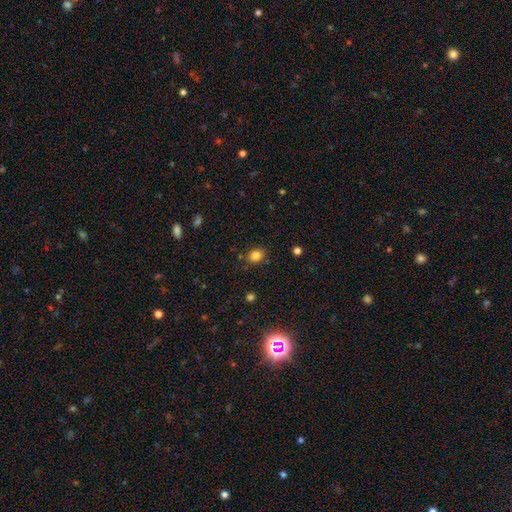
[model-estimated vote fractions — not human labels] Smooth or featured?
  - smooth: 82% *
  - star or artifact: 13%
  - featured or disk: 5%
How rounded?
  - round: 61% *
  - in between: 38%
  - cigar-shaped: 1%
Merging?
  - none: 81% *
  - minor disturbance: 12%
  - major disturbance: 3%
  - merger: 3%